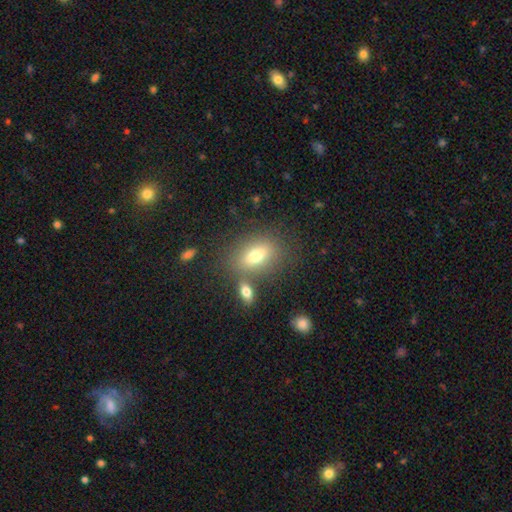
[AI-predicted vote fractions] Smooth or featured? Predicted: smooth (p=0.70). How rounded? Predicted: in between (p=0.80). Merging? Predicted: none (p=0.67).